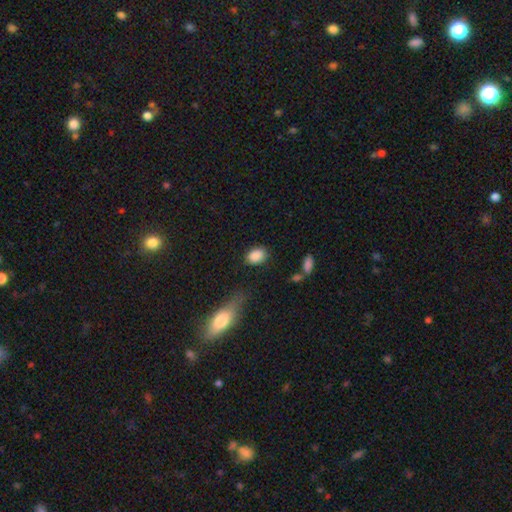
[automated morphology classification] Q: Smooth or featured?
A: smooth (88%); runner-up: star or artifact (8%)
Q: How rounded?
A: in between (74%); runner-up: round (25%)
Q: Merging?
A: none (79%); runner-up: minor disturbance (14%)